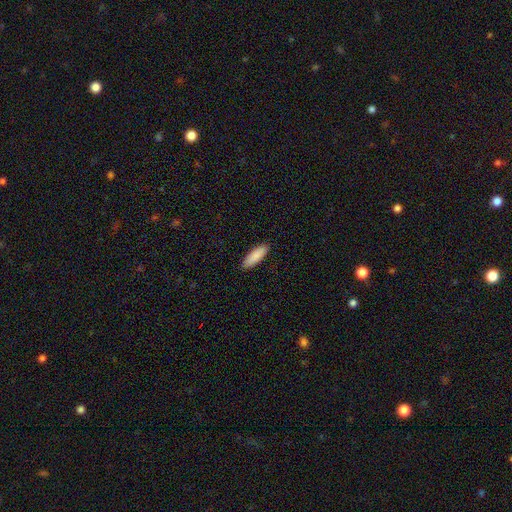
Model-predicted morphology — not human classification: A smooth galaxy with no disk features (89%) that is in between round and cigar-shaped (50%).

Vote fractions:
- Smooth or featured? smooth: 89% / star or artifact: 5% / featured or disk: 5%
- How rounded? in between: 50% / cigar-shaped: 49% / round: 1%
- Merging? none: 91% / minor disturbance: 7% / major disturbance: 2% / merger: 1%